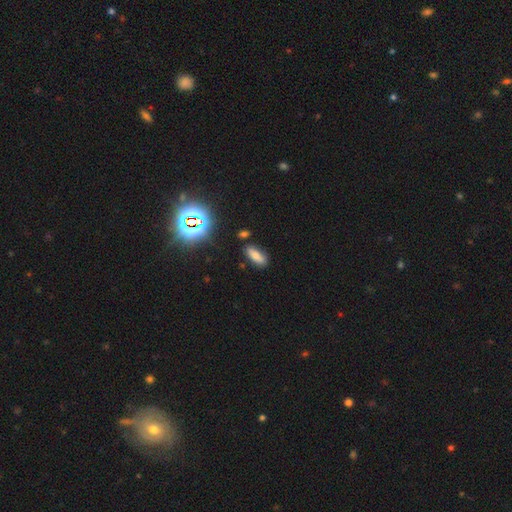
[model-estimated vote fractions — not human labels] Smooth or featured? smooth (69%)
How rounded? in between (77%)
Merging? none (80%)